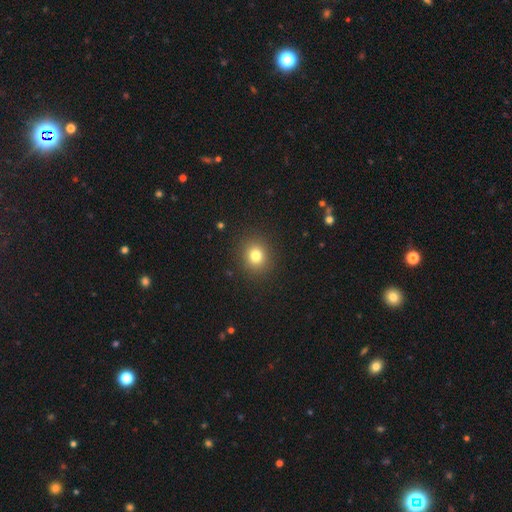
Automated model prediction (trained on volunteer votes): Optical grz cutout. It shows a smooth galaxy with no disk features (79%) that is round (78%). Merging: none (90%).